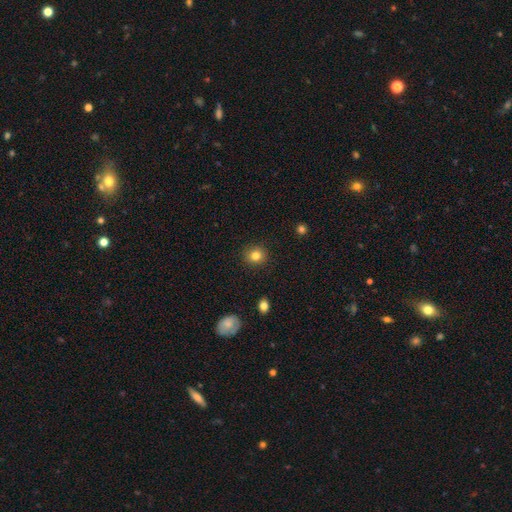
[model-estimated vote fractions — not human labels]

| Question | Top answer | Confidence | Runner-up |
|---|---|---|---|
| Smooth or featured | smooth | 82% | star or artifact (11%) |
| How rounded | round | 86% | in between (13%) |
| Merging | none | 91% | minor disturbance (6%) |